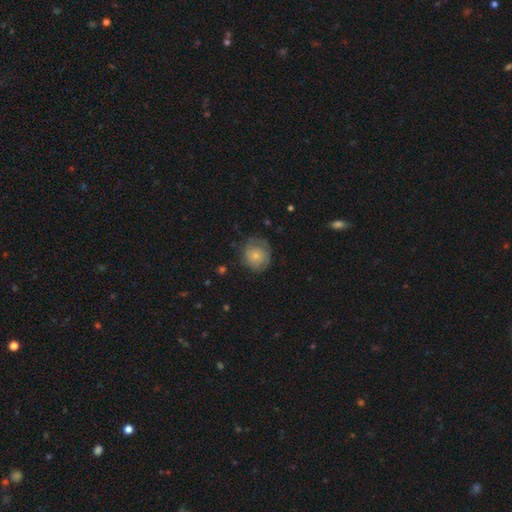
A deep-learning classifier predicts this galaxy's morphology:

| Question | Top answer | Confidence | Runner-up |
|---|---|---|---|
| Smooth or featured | smooth | 57% | featured or disk (35%) |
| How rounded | round | 84% | in between (15%) |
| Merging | none | 66% | minor disturbance (23%) |